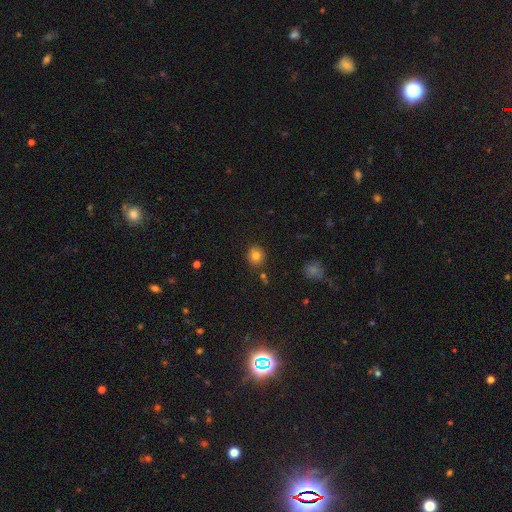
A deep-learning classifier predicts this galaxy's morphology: Q: Smooth or featured?
A: smooth (79%); runner-up: star or artifact (11%)
Q: How rounded?
A: round (86%); runner-up: in between (13%)
Q: Merging?
A: none (84%); runner-up: minor disturbance (10%)